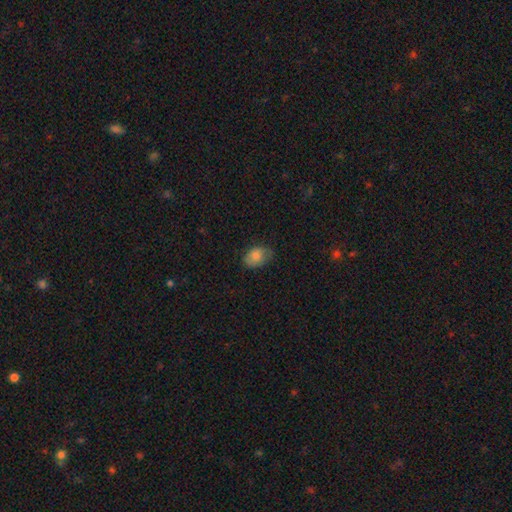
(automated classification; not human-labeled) A smooth galaxy with no disk features (83%) that is in between round and cigar-shaped (80%).

Vote fractions:
- Smooth or featured? smooth: 83% / featured or disk: 10% / star or artifact: 8%
- How rounded? in between: 80% / round: 19% / cigar-shaped: 1%
- Merging? none: 71% / minor disturbance: 23% / major disturbance: 5% / merger: 1%